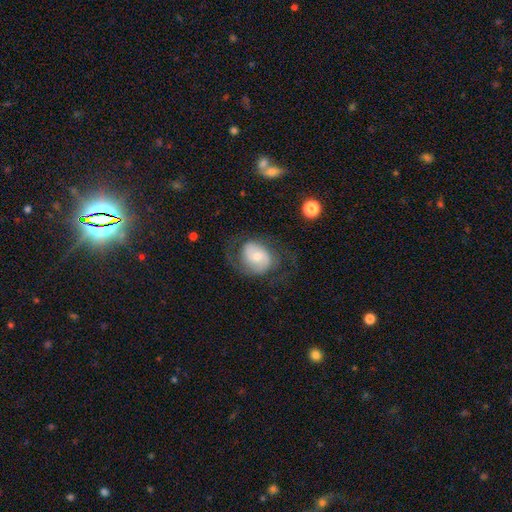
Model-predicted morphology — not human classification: Smooth or featured? featured or disk (61%)
Edge-on disk? no (97%)
Bar? no (62%)
Spiral arms? yes (86%)
Spiral winding? medium (44%)
Spiral arm count? 2 (76%)
Bulge size? small (49%)
Merging? none (57%)